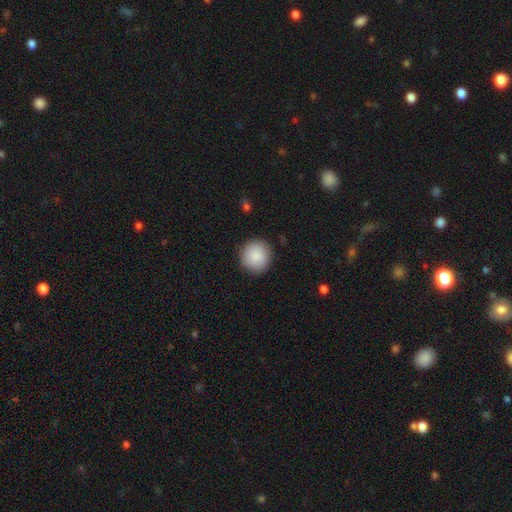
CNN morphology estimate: Overall: smooth (89%). How rounded: round (94%). Merging: none (91%).